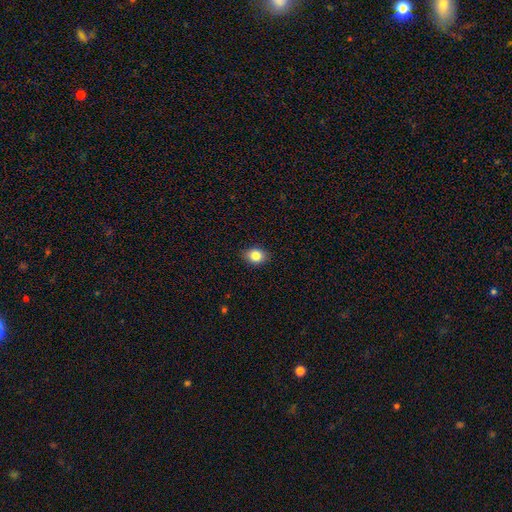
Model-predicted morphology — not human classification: Q: Smooth or featured?
A: smooth (84%); runner-up: star or artifact (9%)
Q: How rounded?
A: in between (57%); runner-up: round (42%)
Q: Merging?
A: none (88%); runner-up: minor disturbance (9%)